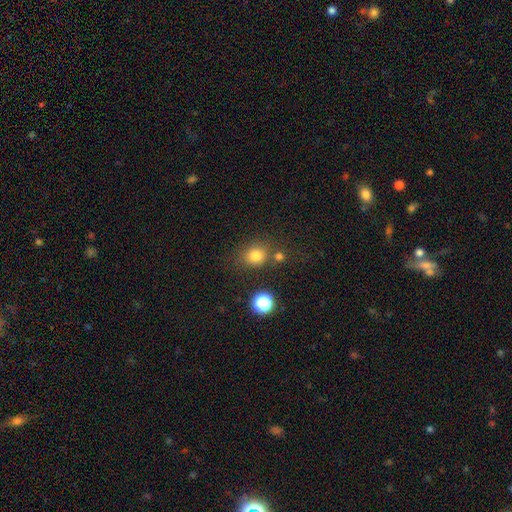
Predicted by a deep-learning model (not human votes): This appears to be a smooth galaxy with no disk features (78%) that is round (70%). Merging: none (70%).